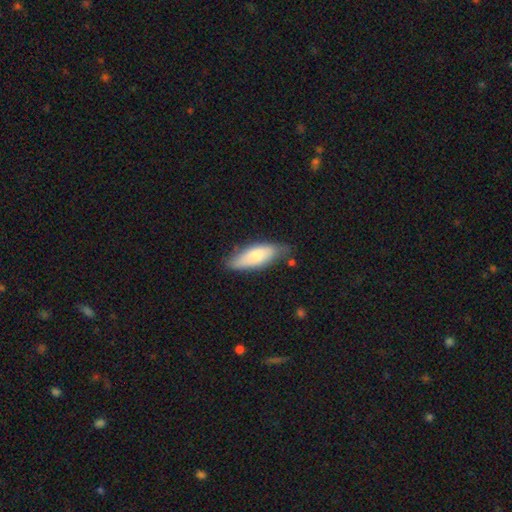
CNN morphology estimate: Smooth or featured: smooth — 76% (featured or disk — 18%)
How rounded: in between — 66% (cigar-shaped — 32%)
Merging: none — 68% (minor disturbance — 25%)